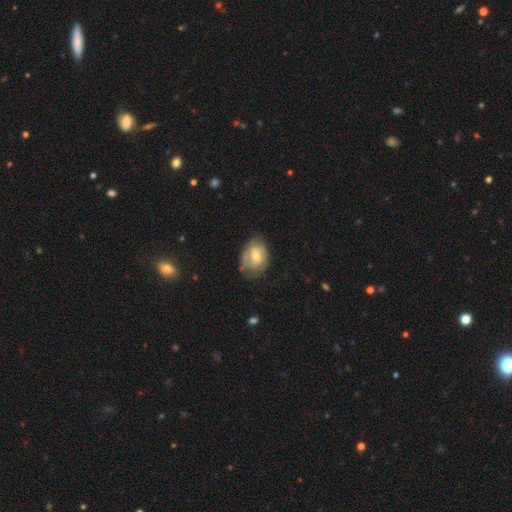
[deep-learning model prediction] Smooth or featured?
  - smooth: 54% *
  - featured or disk: 39%
  - star or artifact: 7%
How rounded?
  - in between: 64% *
  - round: 35%
  - cigar-shaped: 1%
Merging?
  - none: 57% *
  - minor disturbance: 31%
  - major disturbance: 11%
  - merger: 2%